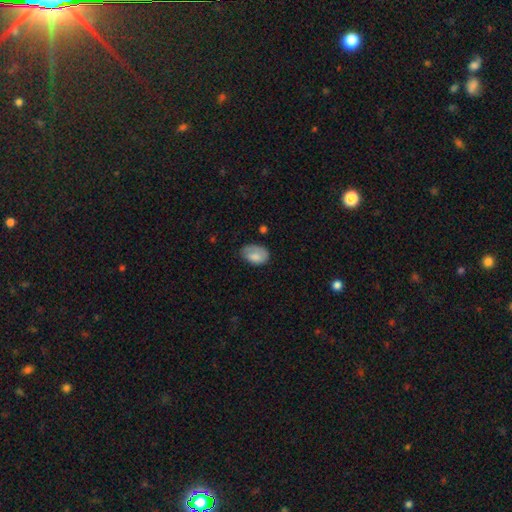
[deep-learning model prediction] smooth 76%, featured or disk 17%, star or artifact 7%. Down the decision tree: how rounded — in between (87%); merging — none (52%).